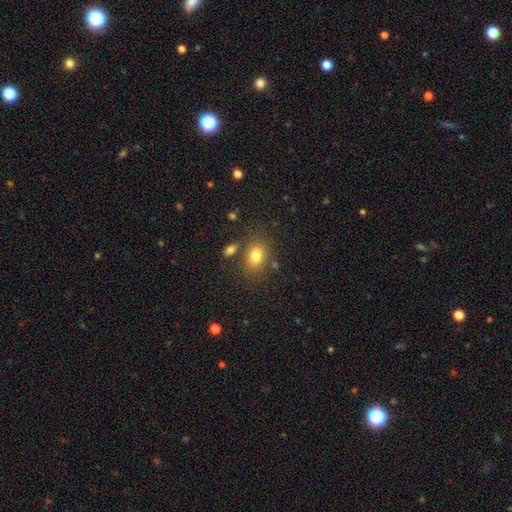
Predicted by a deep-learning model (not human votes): Q: Smooth or featured?
A: smooth (79%); runner-up: star or artifact (11%)
Q: How rounded?
A: in between (74%); runner-up: round (25%)
Q: Merging?
A: none (73%); runner-up: minor disturbance (13%)